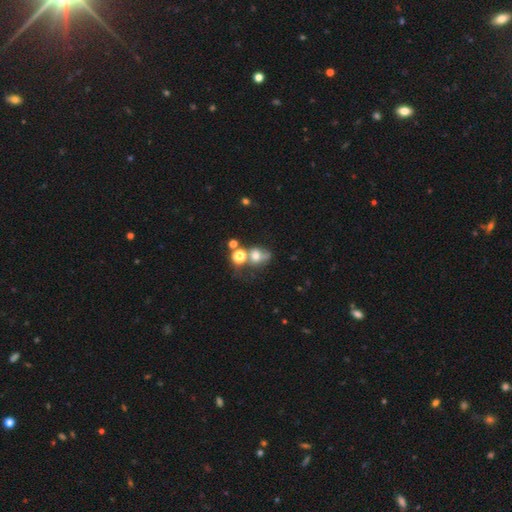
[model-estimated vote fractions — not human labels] This is possibly a smooth galaxy (58%). How rounded: possibly round (59%). Merging: marginally merger (34%).